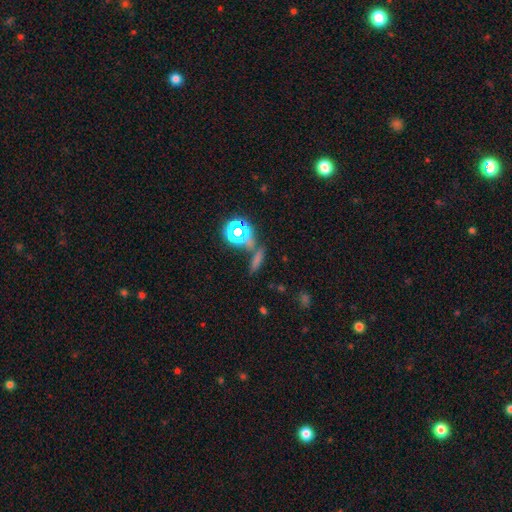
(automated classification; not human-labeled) Smooth or featured?
  - smooth: 43% *
  - star or artifact: 40%
  - featured or disk: 17%
Merging?
  - none: 63% *
  - merger: 18%
  - minor disturbance: 11%
  - major disturbance: 8%